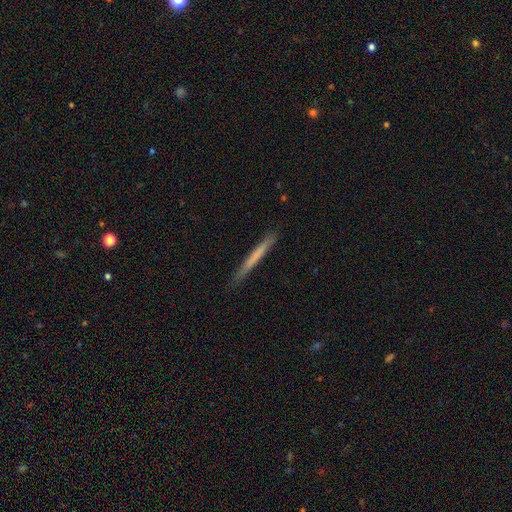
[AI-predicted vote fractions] This is likely a smooth galaxy (62%). How rounded: clearly cigar-shaped (97%). Merging: clearly none (89%).